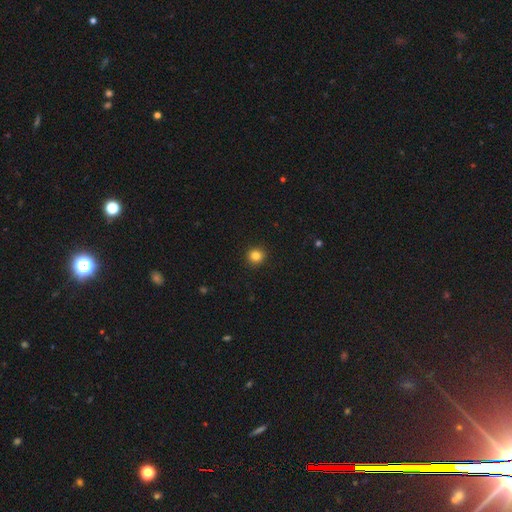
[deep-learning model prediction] A smooth galaxy with no disk features (83%) that is round (93%). Merging: none (93%).